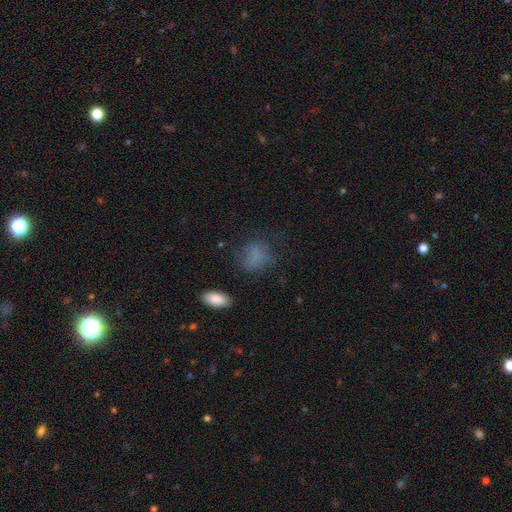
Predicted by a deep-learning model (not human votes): Overall: smooth (73%). How rounded: in between (49%, tied with round). Merging: none (58%; minor disturbance 23%).